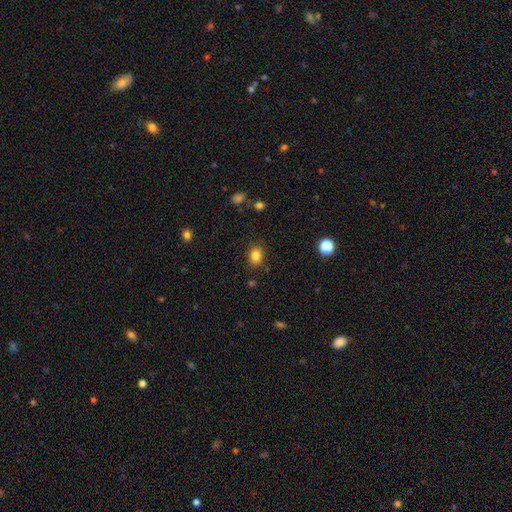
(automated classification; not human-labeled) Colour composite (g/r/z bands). It shows a smooth galaxy with no disk features (83%) that is in between round and cigar-shaped (55%). Merging: none (84%).